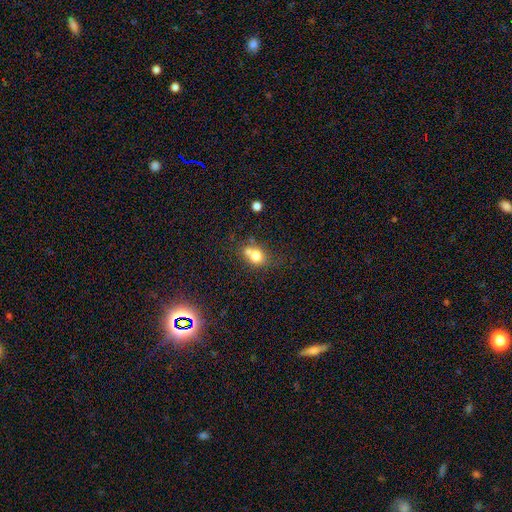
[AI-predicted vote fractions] smooth-or-featured: smooth: 73% | featured or disk: 16% | star or artifact: 12%
  how-rounded: round: 55% | in between: 44% | cigar-shaped: 1%
  merging: none: 40% | merger: 39% | minor disturbance: 14% | major disturbance: 6%